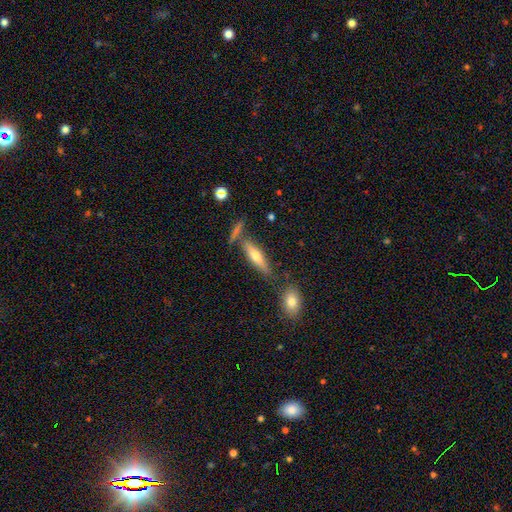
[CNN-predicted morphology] smooth_or_featured: smooth (p=0.55) [alt: featured or disk p=0.38]
how_rounded: cigar-shaped (p=0.68) [alt: in between p=0.30]
merging: none (p=0.68) [alt: minor disturbance p=0.14]